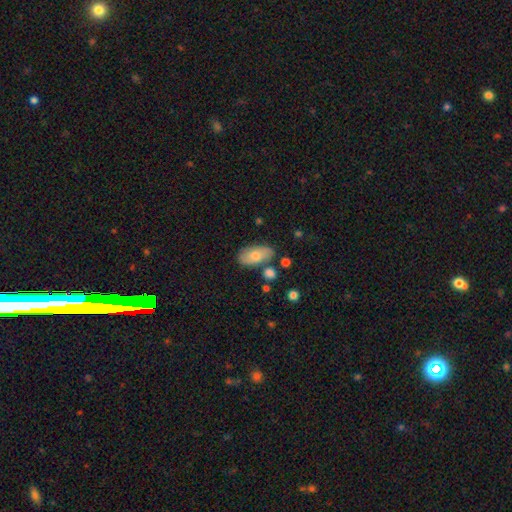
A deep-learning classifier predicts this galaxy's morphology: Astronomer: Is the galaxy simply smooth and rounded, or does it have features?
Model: smooth — 71%.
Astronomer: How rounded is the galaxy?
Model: in between — 92%.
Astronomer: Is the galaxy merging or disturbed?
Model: none — 70%.